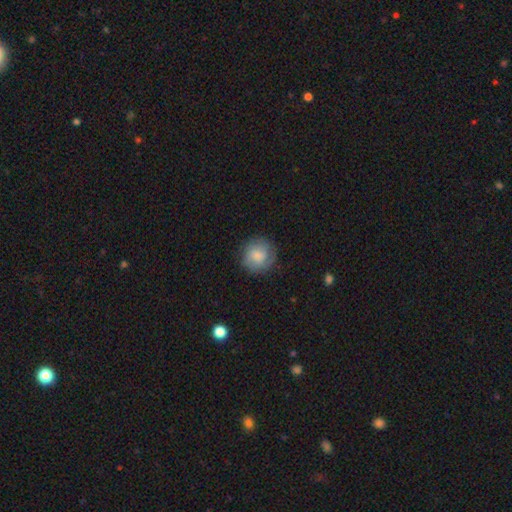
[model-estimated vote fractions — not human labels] This appears to be a smooth galaxy with no disk features (68%) that is round (88%). Merging: none (80%).